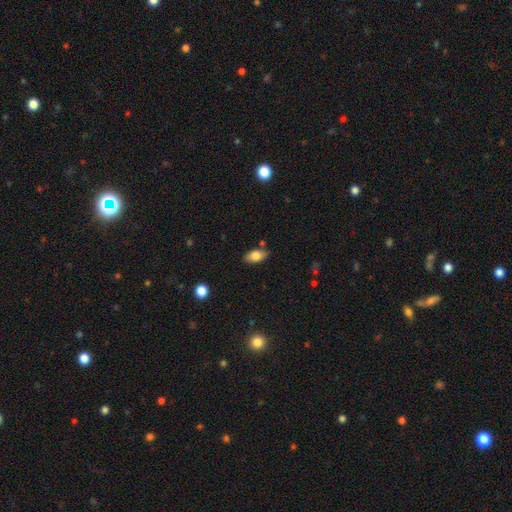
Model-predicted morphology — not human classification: A smooth galaxy with no disk features (81%) that is in between round and cigar-shaped (92%). Merging: none (81%).